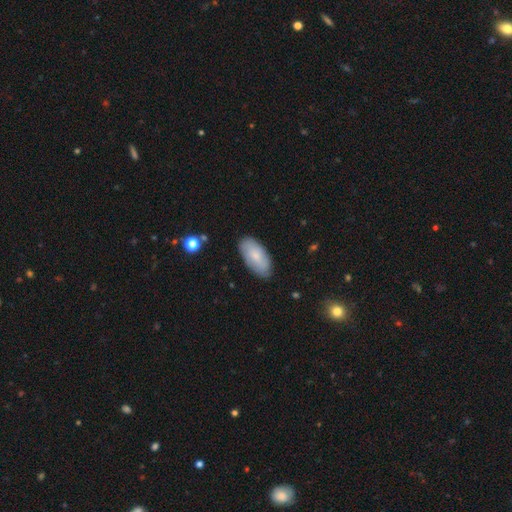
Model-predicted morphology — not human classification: Smooth or featured? smooth (72%)
How rounded? in between (92%)
Merging? none (81%)